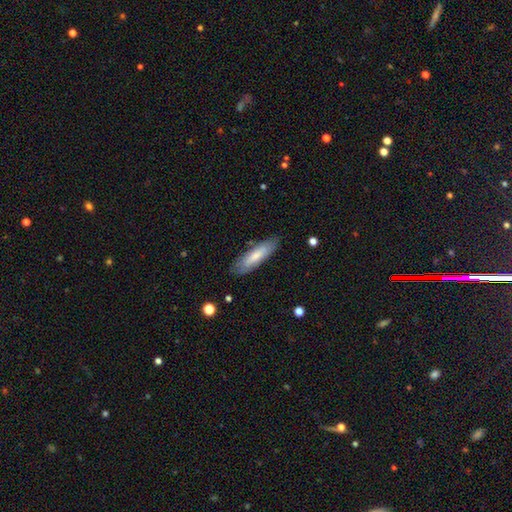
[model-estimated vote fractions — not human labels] smooth_or_featured: smooth (p=0.72) [alt: featured or disk p=0.23]
how_rounded: cigar-shaped (p=0.62) [alt: in between p=0.36]
merging: none (p=0.82) [alt: minor disturbance p=0.13]